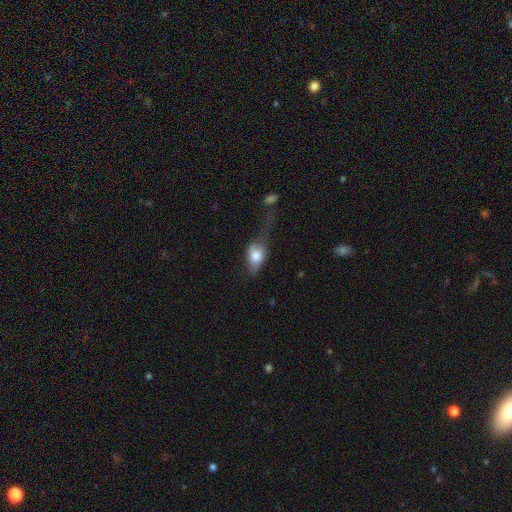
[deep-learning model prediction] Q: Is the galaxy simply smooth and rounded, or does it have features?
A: smooth — 75%.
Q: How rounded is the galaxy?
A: in between — 81%.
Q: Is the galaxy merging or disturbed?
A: major disturbance — 42%.